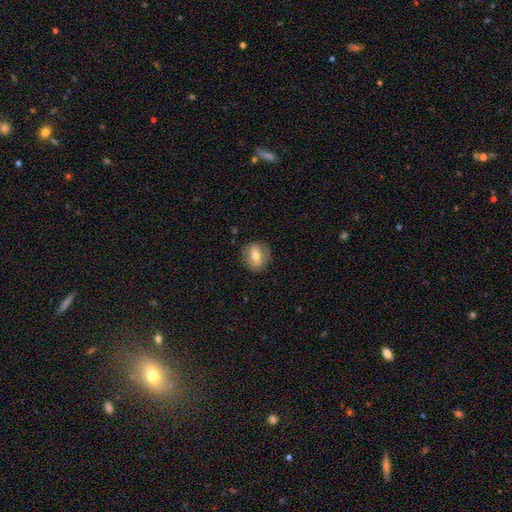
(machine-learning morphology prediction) Smooth or featured: smooth — 56% (featured or disk — 35%)
How rounded: round — 74% (in between — 24%)
Merging: none — 84% (minor disturbance — 12%)